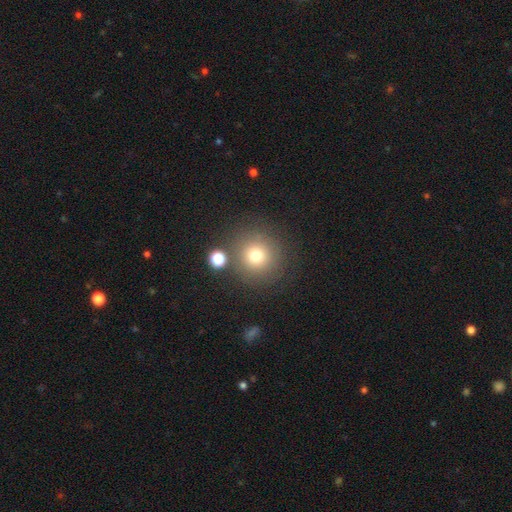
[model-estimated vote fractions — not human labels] smooth_or_featured: smooth (p=0.75) [alt: star or artifact p=0.15]
how_rounded: round (p=0.94) [alt: in between p=0.05]
merging: none (p=0.80) [alt: minor disturbance p=0.09]